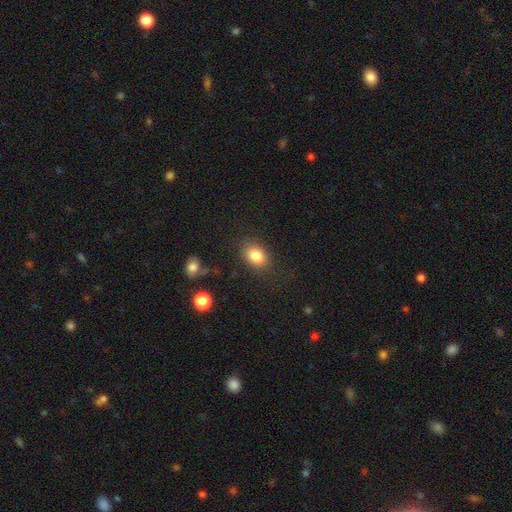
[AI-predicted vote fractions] Smooth or featured? smooth (83%)
How rounded? in between (73%)
Merging? none (81%)